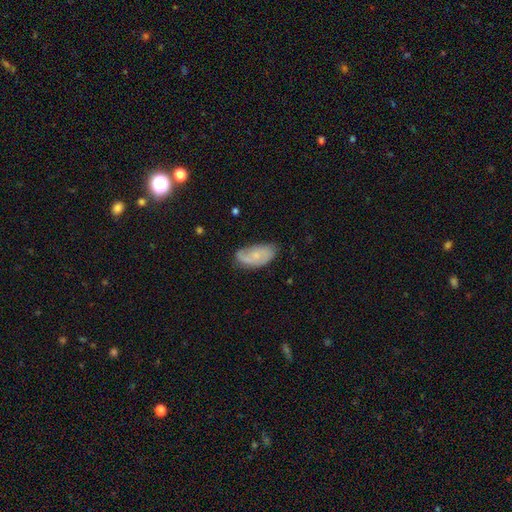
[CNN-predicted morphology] The model was most divided on "smooth or featured": featured or disk: 49%, smooth: 44%, star or artifact: 8%. More confident: merging — none (58%).